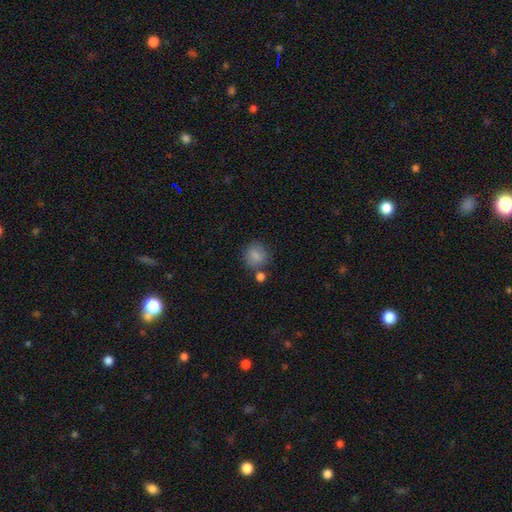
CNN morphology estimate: The model was most divided on "merging": none: 67%, merger: 15%, minor disturbance: 14%, major disturbance: 5%. More confident: smooth or featured — smooth (84%); how rounded — round (82%).